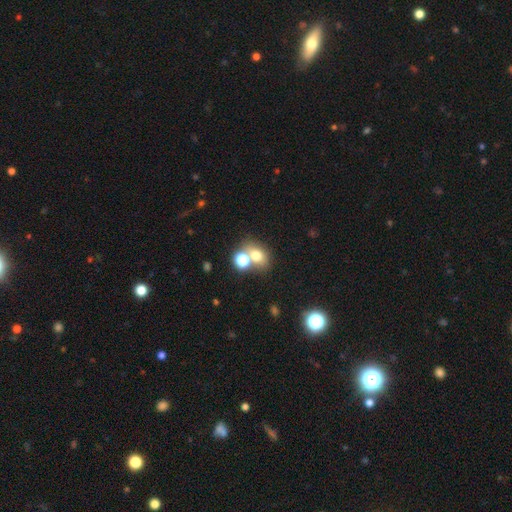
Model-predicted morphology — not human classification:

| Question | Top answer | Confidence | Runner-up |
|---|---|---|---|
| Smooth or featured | smooth | 70% | star or artifact (17%) |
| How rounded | round | 51% | in between (47%) |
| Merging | none | 49% | merger (36%) |